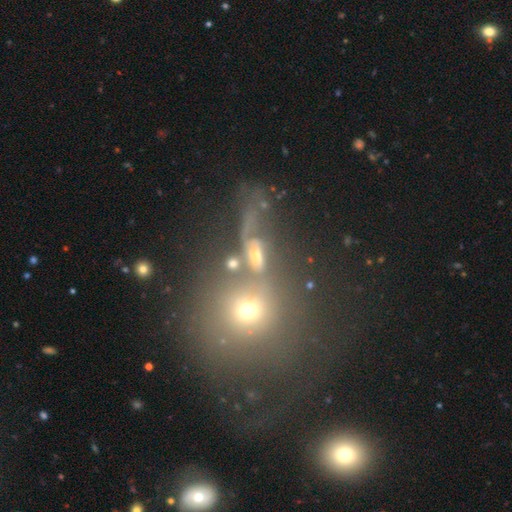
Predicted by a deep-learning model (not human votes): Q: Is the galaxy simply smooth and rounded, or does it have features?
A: smooth — 44%.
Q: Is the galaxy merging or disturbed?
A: merger — 50%.